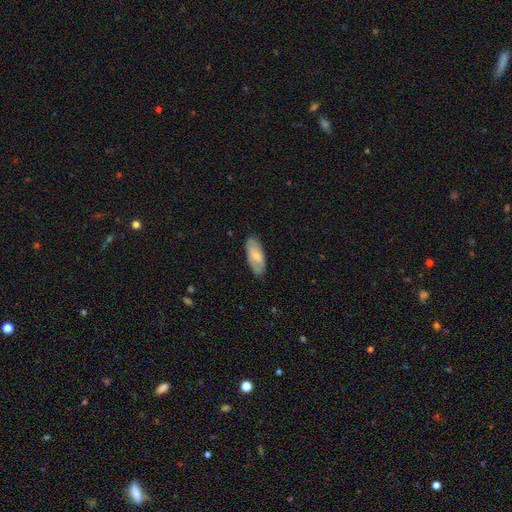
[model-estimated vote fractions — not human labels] Morphology: type=smooth (66%); roundness=in between (86%); merging=none (80%).